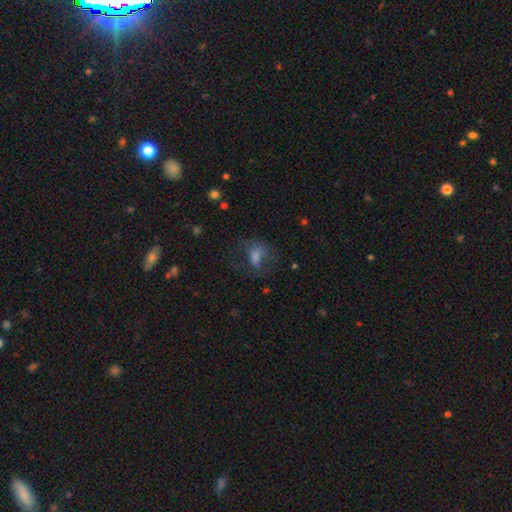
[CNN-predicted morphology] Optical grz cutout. It shows a smooth galaxy with no disk features (54%) that is in between round and cigar-shaped (67%). Merging: none (50%).